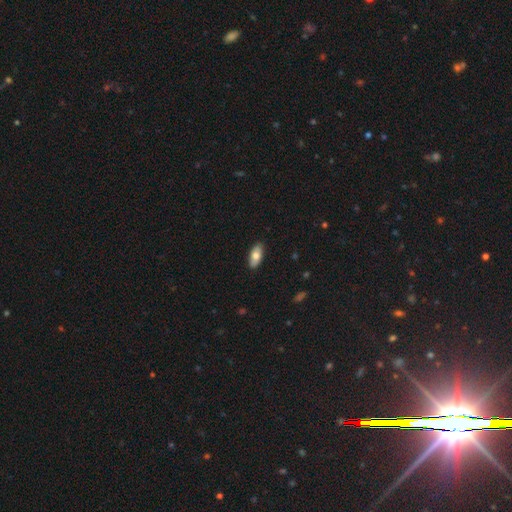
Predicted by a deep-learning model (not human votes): A smooth galaxy with no disk features (74%) that is in between round and cigar-shaped (89%). Merging: none (87%).